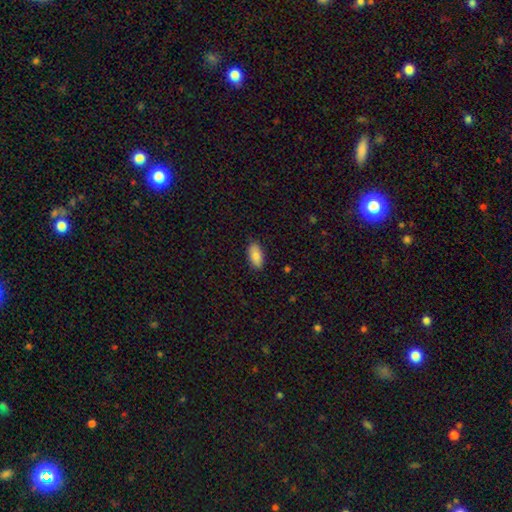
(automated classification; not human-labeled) A smooth galaxy with no disk features (85%) that is in between round and cigar-shaped (91%). Merging: none (88%).